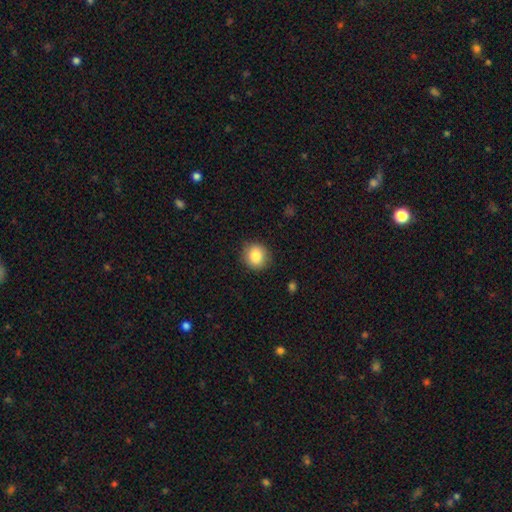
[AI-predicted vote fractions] A smooth galaxy with no disk features (85%) that is round (85%). Merging: none (87%).